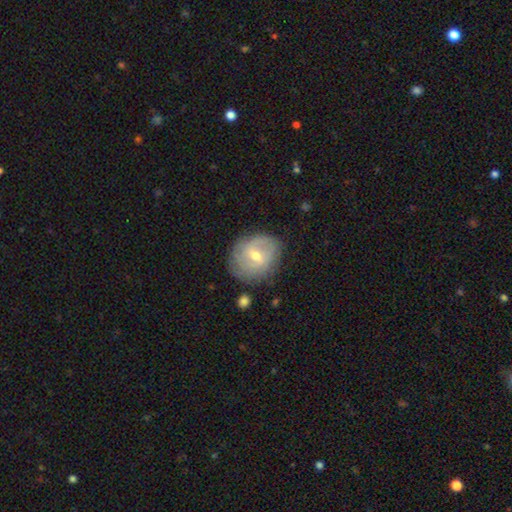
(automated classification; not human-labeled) smooth_or_featured: featured or disk (p=0.58) [alt: smooth p=0.35]
disk_edge_on: no (p=0.95) [alt: yes p=0.05]
bar: weak (p=0.58) [alt: no p=0.27]
has_spiral_arms: yes (p=0.70) [alt: no p=0.30]
bulge_size: moderate (p=0.57) [alt: small p=0.39]
merging: none (p=0.73) [alt: minor disturbance p=0.19]